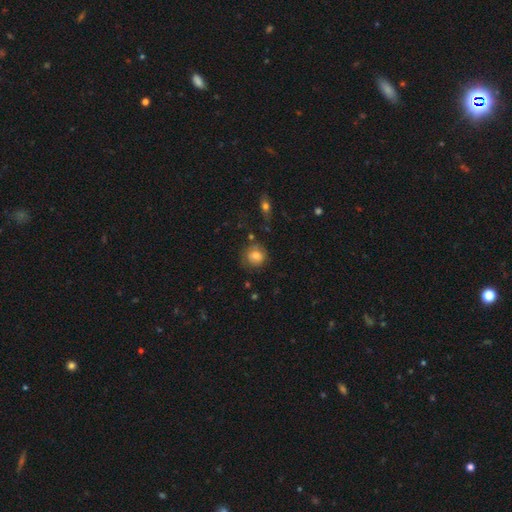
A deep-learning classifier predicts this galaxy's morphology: Smooth or featured: smooth — 77% (featured or disk — 13%)
How rounded: round — 88% (in between — 11%)
Merging: none — 77% (minor disturbance — 15%)